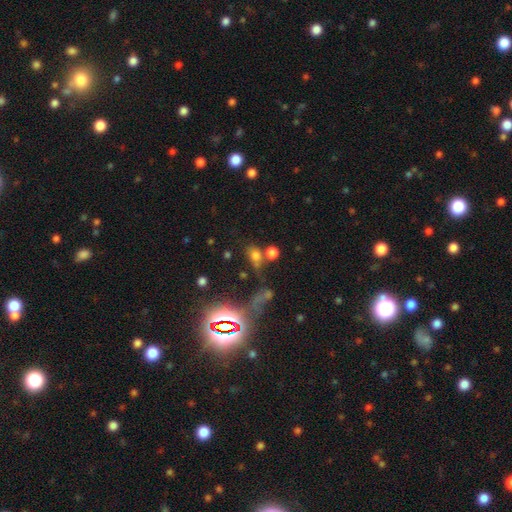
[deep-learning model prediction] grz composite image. It shows a smooth galaxy with no disk features (64%) that is in between round and cigar-shaped (61%). Merging: none (53%).